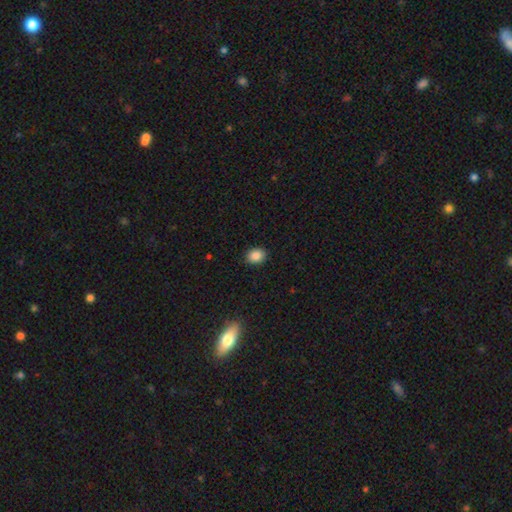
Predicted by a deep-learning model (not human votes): Smooth or featured?
  - smooth: 87% *
  - star or artifact: 9%
  - featured or disk: 4%
How rounded?
  - in between: 53% *
  - round: 46%
  - cigar-shaped: 1%
Merging?
  - none: 90% *
  - minor disturbance: 7%
  - major disturbance: 2%
  - merger: 1%